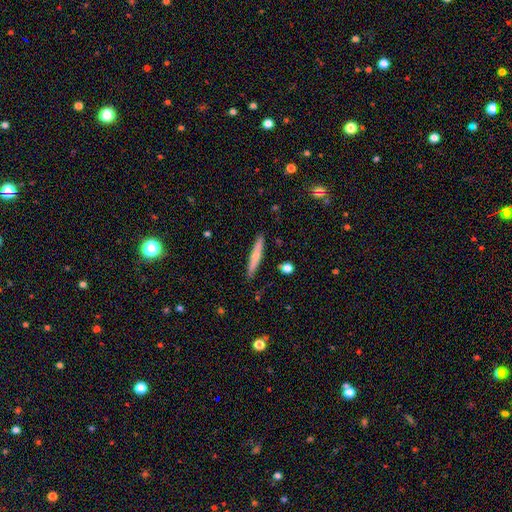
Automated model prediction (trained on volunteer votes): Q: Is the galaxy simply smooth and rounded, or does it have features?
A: smooth — 52%.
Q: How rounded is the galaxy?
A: cigar-shaped — 93%.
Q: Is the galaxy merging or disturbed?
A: none — 87%.